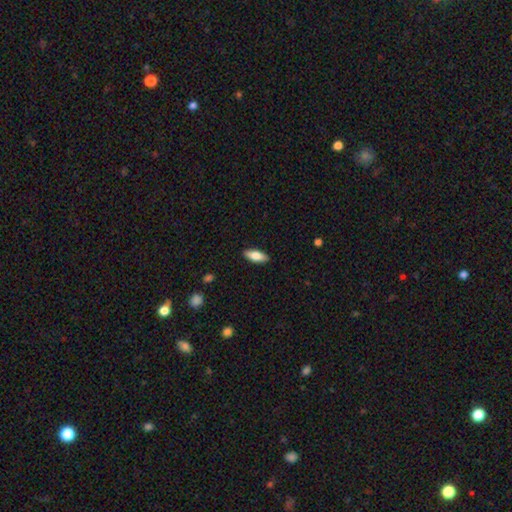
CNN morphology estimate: Smooth or featured? Predicted: smooth (p=0.76). How rounded? Predicted: in between (p=0.76). Merging? Predicted: none (p=0.89).